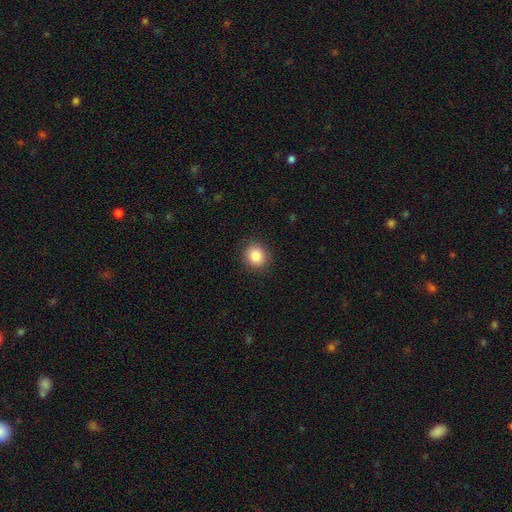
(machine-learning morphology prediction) smooth 87%, star or artifact 9%, featured or disk 5%. Down the decision tree: how rounded — round (81%); merging — none (89%).